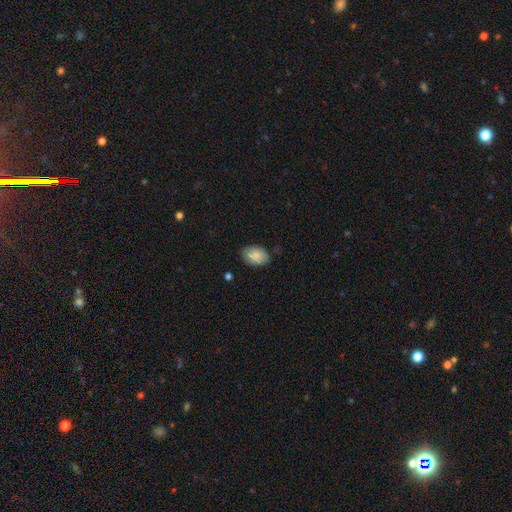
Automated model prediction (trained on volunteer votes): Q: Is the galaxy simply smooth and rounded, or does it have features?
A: smooth — 87%.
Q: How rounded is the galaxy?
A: in between — 84%.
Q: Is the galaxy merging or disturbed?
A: none — 81%.